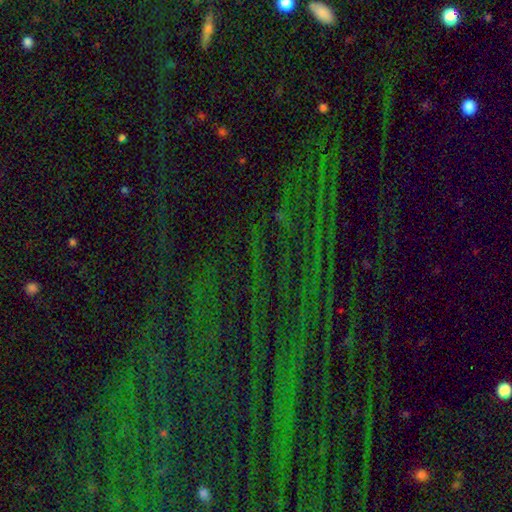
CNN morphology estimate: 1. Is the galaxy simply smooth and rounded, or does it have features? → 82% star or artifact, 10% smooth, 9% featured or disk.